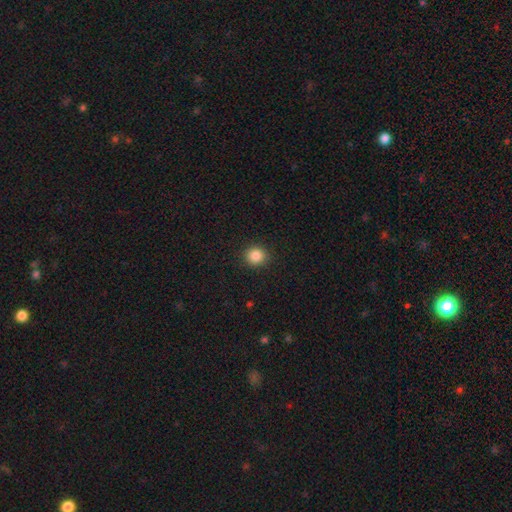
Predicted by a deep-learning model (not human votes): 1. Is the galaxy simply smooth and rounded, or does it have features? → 86% smooth, 10% star or artifact, 4% featured or disk.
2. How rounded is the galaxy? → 88% round, 12% in between, 1% cigar-shaped.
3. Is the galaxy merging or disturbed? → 91% none, 6% minor disturbance, 2% major disturbance, 1% merger.